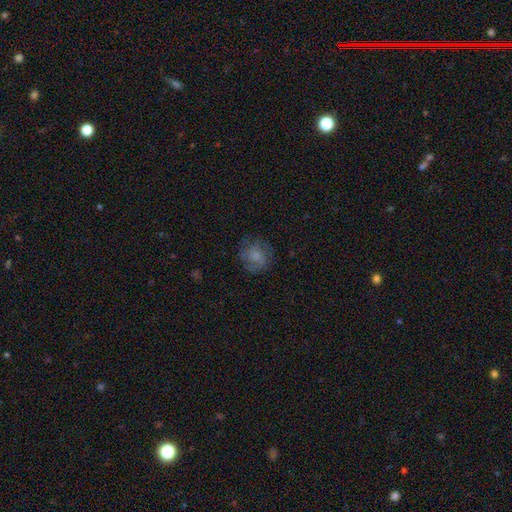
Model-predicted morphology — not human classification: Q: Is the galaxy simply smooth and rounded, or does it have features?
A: smooth — 65%.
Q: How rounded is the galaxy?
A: round — 84%.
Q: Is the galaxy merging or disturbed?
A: none — 71%.